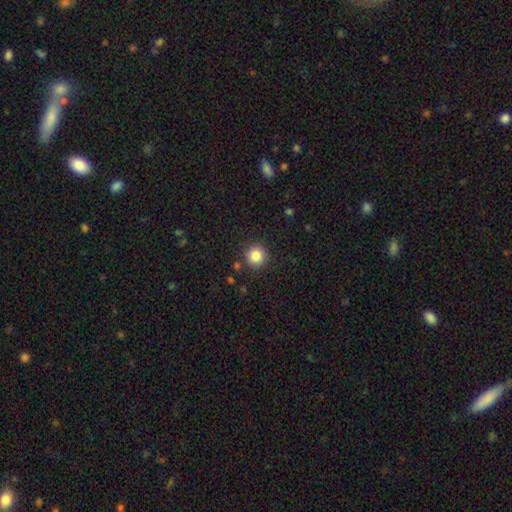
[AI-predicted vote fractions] Morphology: type=smooth (84%); roundness=round (95%); merging=none (90%).